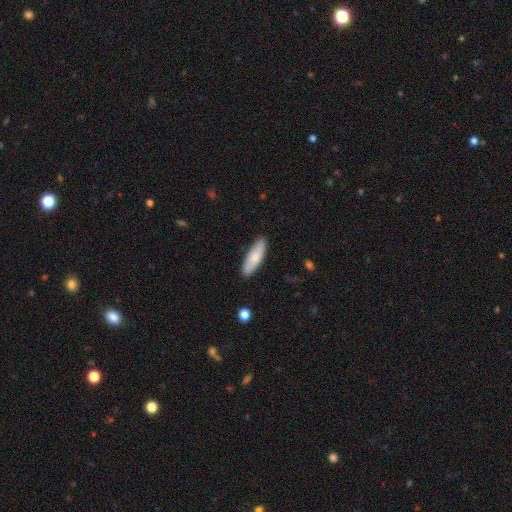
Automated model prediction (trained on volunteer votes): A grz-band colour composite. It shows a smooth galaxy with no disk features (81%) that is in between round and cigar-shaped (50%). Merging: none (87%).